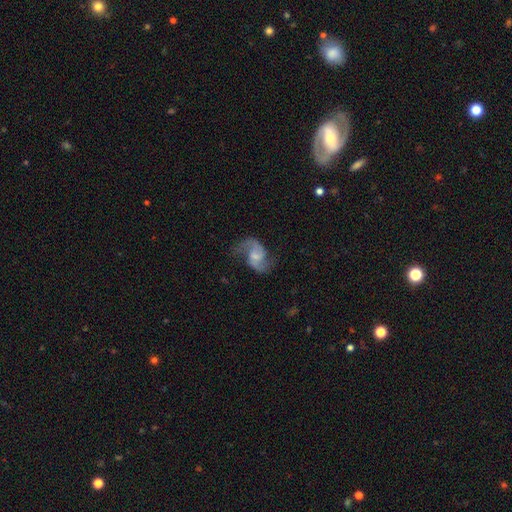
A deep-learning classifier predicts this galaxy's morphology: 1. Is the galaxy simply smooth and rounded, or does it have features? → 83% featured or disk, 11% smooth, 6% star or artifact.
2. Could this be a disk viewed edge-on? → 98% no, 2% yes.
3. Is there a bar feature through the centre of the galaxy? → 50% weak, 40% no, 11% strong.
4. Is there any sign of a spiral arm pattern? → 95% yes, 5% no.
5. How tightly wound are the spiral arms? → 54% loose, 39% medium, 7% tight.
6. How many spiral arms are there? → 92% 2, 3% can't tell, 3% 1, 1% 3, 1% 4, 1% more than 4.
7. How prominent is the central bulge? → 38% small, 31% moderate, 23% none, 6% large, 1% dominant.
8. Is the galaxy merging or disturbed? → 65% none, 19% minor disturbance, 14% major disturbance, 2% merger.